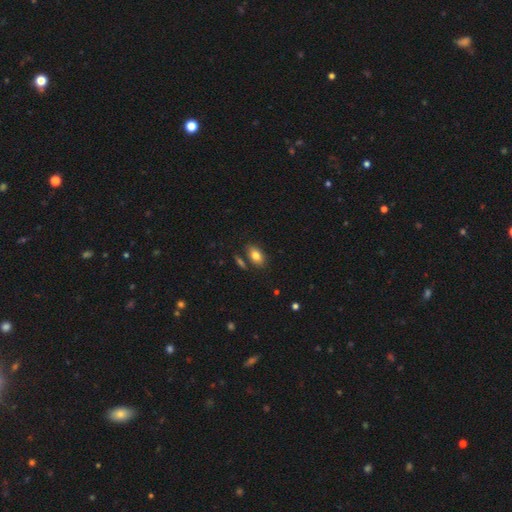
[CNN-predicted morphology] A smooth galaxy with no disk features (80%) that is in between round and cigar-shaped (89%).

Vote fractions:
- Smooth or featured? smooth: 80% / featured or disk: 11% / star or artifact: 8%
- How rounded? in between: 89% / round: 8% / cigar-shaped: 3%
- Merging? none: 77% / minor disturbance: 12% / merger: 8% / major disturbance: 3%